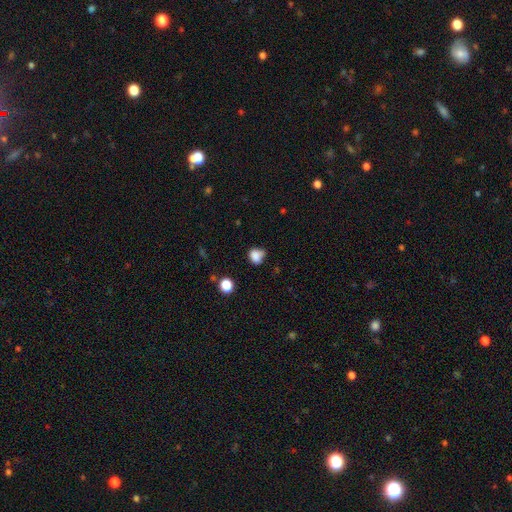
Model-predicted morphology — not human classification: A smooth galaxy with no disk features (81%) that is round (61%).

Vote fractions:
- Smooth or featured? smooth: 81% / star or artifact: 12% / featured or disk: 7%
- How rounded? round: 61% / in between: 38% / cigar-shaped: 1%
- Merging? none: 47% / minor disturbance: 36% / major disturbance: 11% / merger: 7%